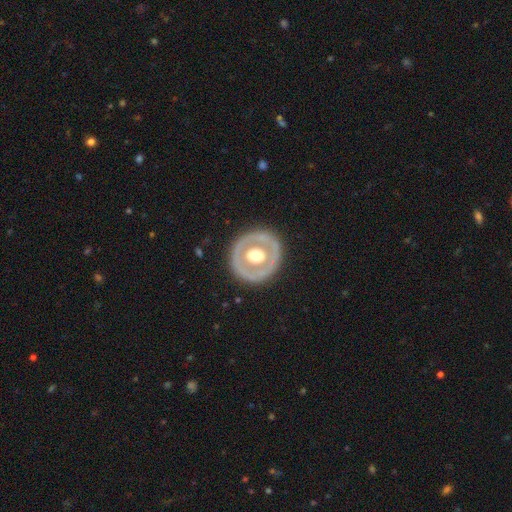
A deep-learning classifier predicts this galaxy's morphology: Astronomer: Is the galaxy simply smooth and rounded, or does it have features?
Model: featured or disk — 59% (runner-up: smooth, 36%).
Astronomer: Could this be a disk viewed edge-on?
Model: no — 94%.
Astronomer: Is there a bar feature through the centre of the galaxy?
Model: no — 84%.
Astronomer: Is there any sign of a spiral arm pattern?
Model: no — 92%.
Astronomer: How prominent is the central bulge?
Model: moderate — 65%.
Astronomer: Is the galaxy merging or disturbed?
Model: none — 84%.